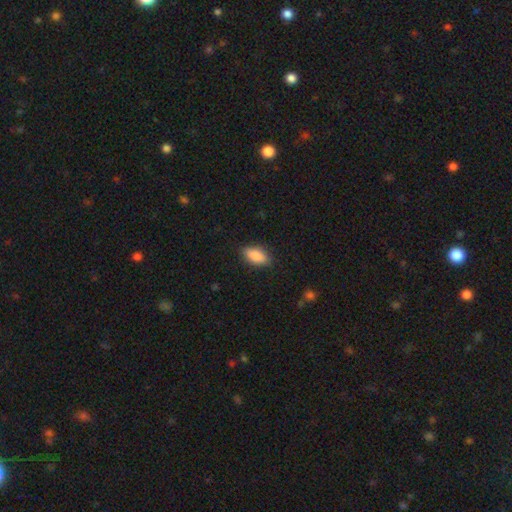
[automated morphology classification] Smooth or featured? smooth (88%)
How rounded? in between (89%)
Merging? none (85%)